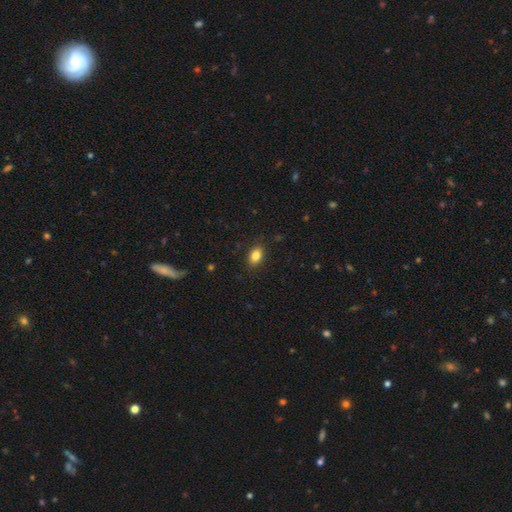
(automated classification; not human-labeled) Morphology: type=smooth (84%); roundness=in between (86%); merging=none (87%).